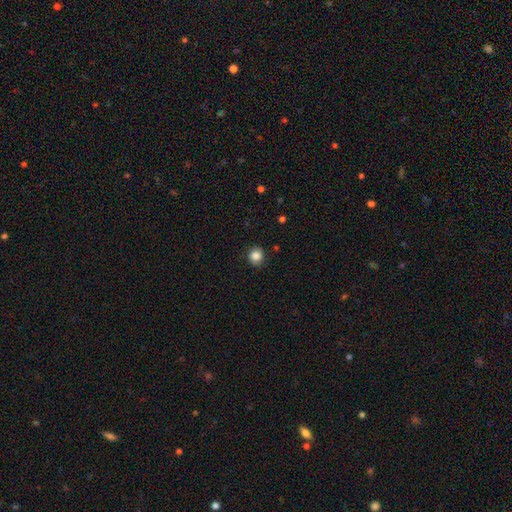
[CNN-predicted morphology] Q: Smooth or featured?
A: smooth (85%); runner-up: star or artifact (10%)
Q: How rounded?
A: round (84%); runner-up: in between (15%)
Q: Merging?
A: none (88%); runner-up: minor disturbance (9%)